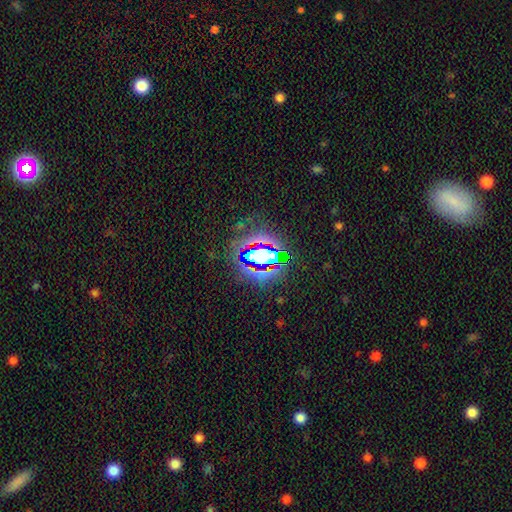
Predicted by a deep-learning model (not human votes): smooth_or_featured: star or artifact (p=0.59) [alt: smooth p=0.26]